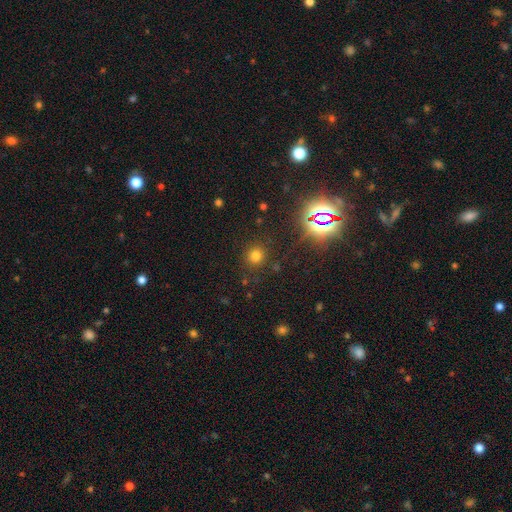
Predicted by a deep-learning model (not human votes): Smooth or featured? Predicted: smooth (p=0.70). How rounded? Predicted: round (p=0.91). Merging? Predicted: none (p=0.86).